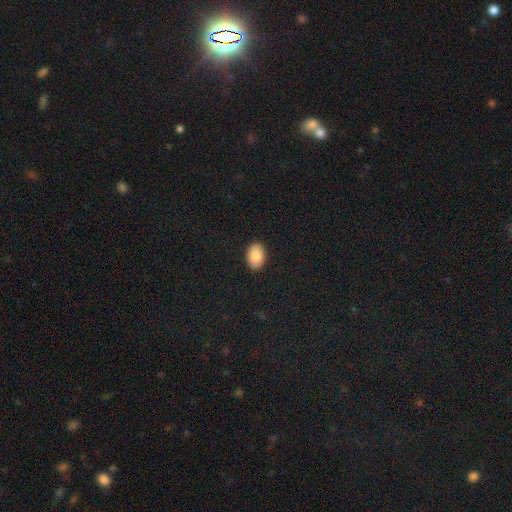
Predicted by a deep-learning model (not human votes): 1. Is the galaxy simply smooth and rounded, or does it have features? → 89% smooth, 7% star or artifact, 4% featured or disk.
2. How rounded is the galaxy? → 89% in between, 10% round, 1% cigar-shaped.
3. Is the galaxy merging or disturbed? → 90% none, 8% minor disturbance, 2% major disturbance, 1% merger.